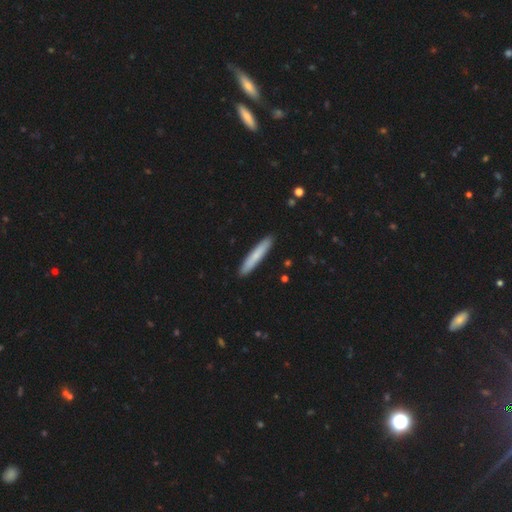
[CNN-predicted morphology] smooth 74%, featured or disk 20%, star or artifact 6%. Down the decision tree: how rounded — cigar-shaped (94%); merging — none (91%).